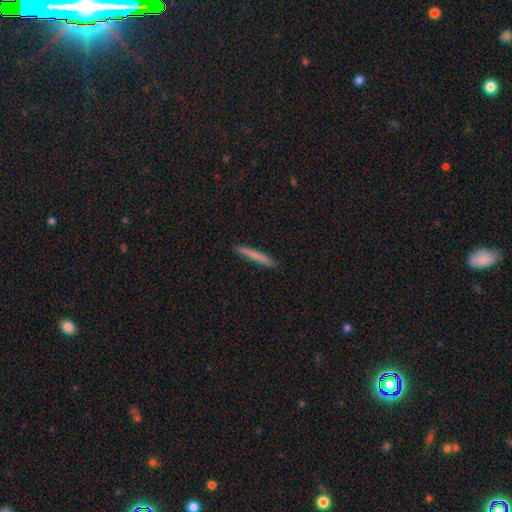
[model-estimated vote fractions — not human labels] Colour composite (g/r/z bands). It shows a smooth galaxy with no disk features (72%) that is cigar-shaped (96%). Merging: none (91%).